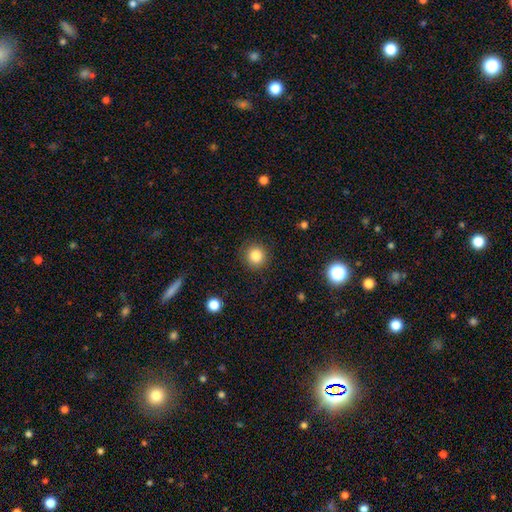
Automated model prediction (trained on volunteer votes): Overall: smooth (83%). How rounded: round (92%). Merging: none (89%).